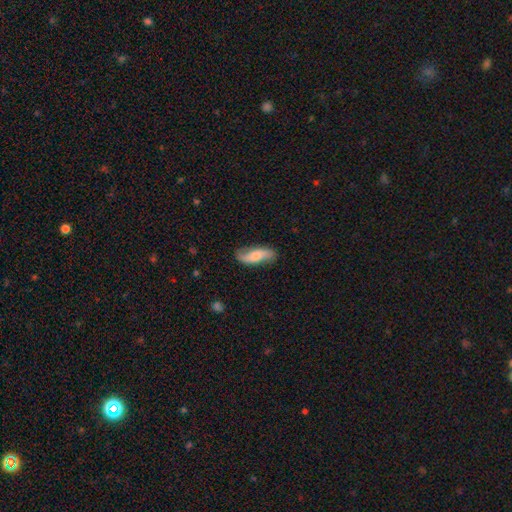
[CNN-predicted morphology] Smooth or featured?
  - smooth: 50% *
  - featured or disk: 44%
  - star or artifact: 6%
Merging?
  - none: 75% *
  - minor disturbance: 18%
  - major disturbance: 5%
  - merger: 2%